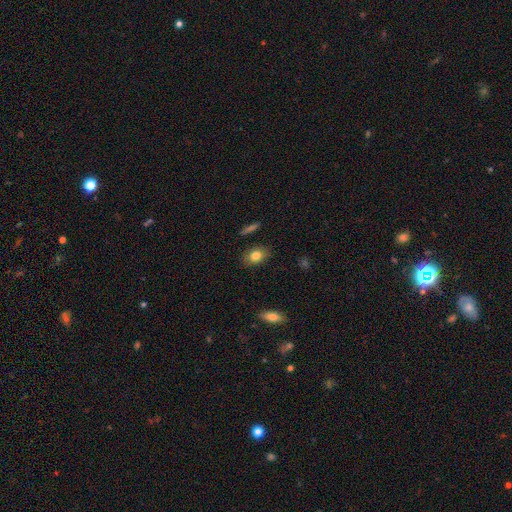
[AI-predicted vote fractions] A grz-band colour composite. It shows a smooth galaxy with no disk features (80%) that is in between round and cigar-shaped (75%). Merging: none (86%).